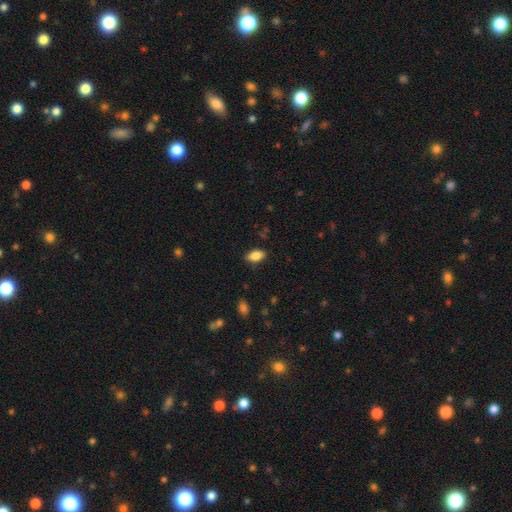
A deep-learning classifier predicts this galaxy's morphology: The model was most divided on "merging": none: 85%, minor disturbance: 12%, major disturbance: 2%, merger: 1%. More confident: how rounded — in between (90%); smooth or featured — smooth (83%).